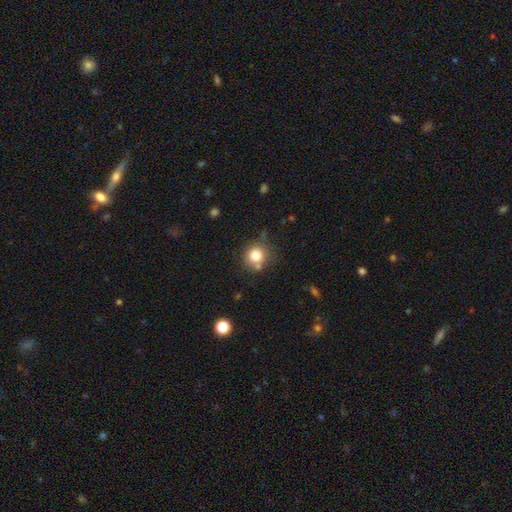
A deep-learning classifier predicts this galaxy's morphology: Smooth or featured: smooth — 81% (star or artifact — 12%)
How rounded: round — 89% (in between — 10%)
Merging: none — 71% (minor disturbance — 15%)